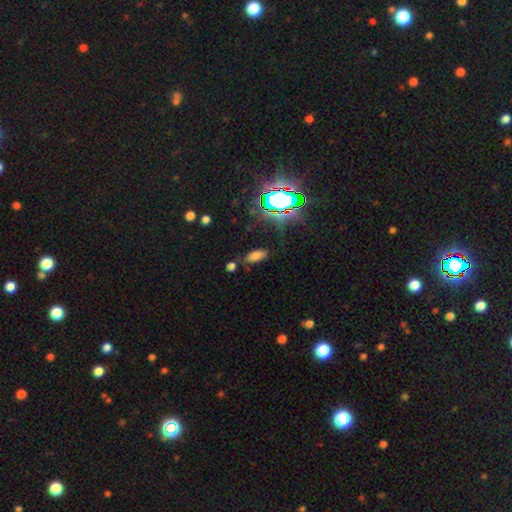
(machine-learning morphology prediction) Smooth or featured: smooth — 66% (star or artifact — 23%)
How rounded: in between — 85% (cigar-shaped — 11%)
Merging: none — 73% (minor disturbance — 15%)